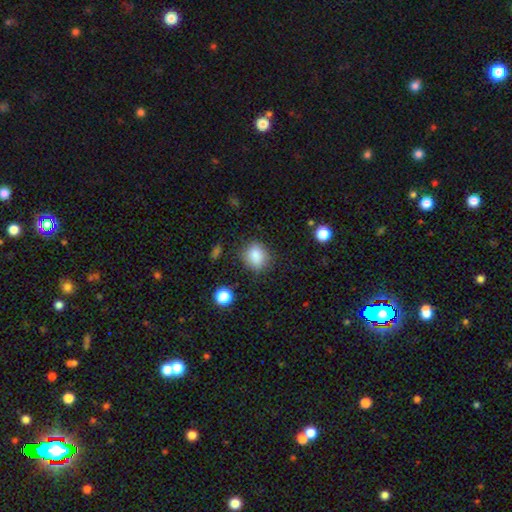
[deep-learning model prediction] This is clearly a smooth galaxy (85%). How rounded: likely round (62%). Merging: likely none (78%).